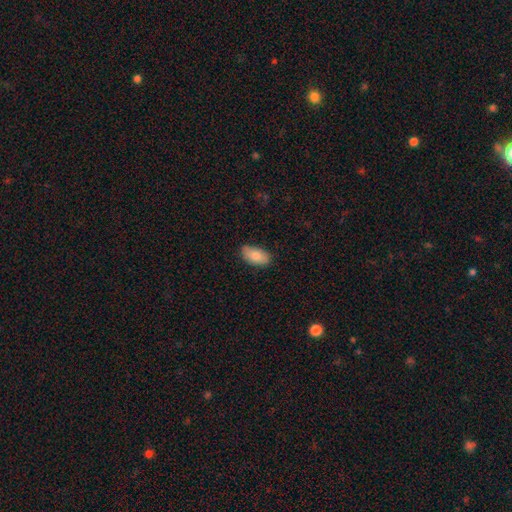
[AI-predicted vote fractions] smooth-or-featured: smooth: 83% | featured or disk: 11% | star or artifact: 7%
  how-rounded: in between: 93% | round: 4% | cigar-shaped: 3%
  merging: none: 80% | minor disturbance: 16% | major disturbance: 3% | merger: 1%